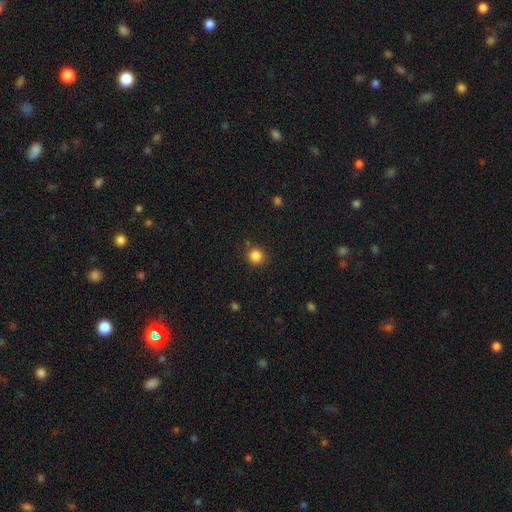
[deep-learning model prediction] Smooth or featured?
  - smooth: 85% *
  - star or artifact: 11%
  - featured or disk: 4%
How rounded?
  - round: 92% *
  - in between: 7%
  - cigar-shaped: 1%
Merging?
  - none: 86% *
  - minor disturbance: 9%
  - major disturbance: 3%
  - merger: 2%